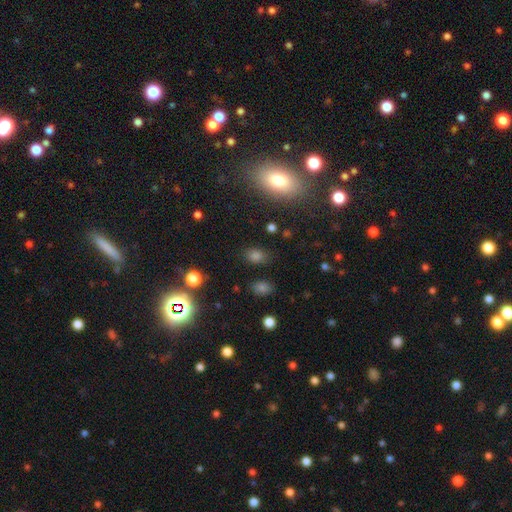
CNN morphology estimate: smooth_or_featured: smooth (p=0.71) [alt: star or artifact p=0.22]
how_rounded: in between (p=0.71) [alt: round p=0.27]
merging: none (p=0.81) [alt: minor disturbance p=0.12]